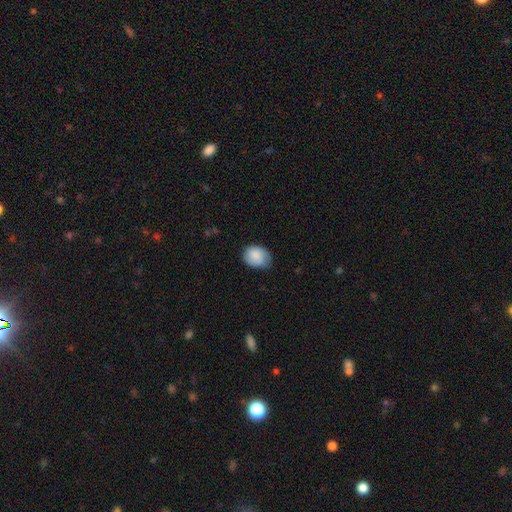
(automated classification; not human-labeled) smooth_or_featured: smooth (p=0.84) [alt: featured or disk p=0.09]
how_rounded: in between (p=0.62) [alt: round p=0.37]
merging: none (p=0.61) [alt: minor disturbance p=0.31]